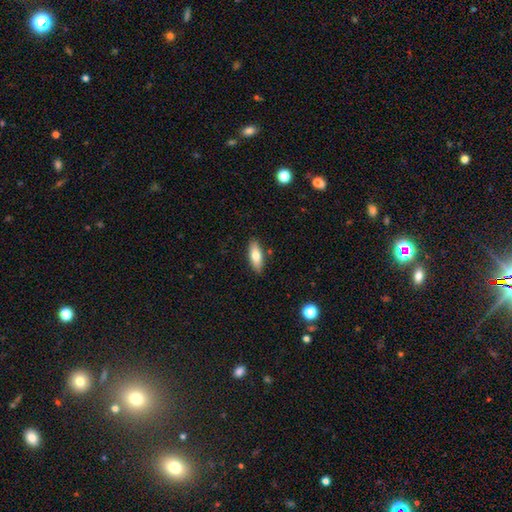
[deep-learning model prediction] Smooth or featured? smooth (76%)
How rounded? in between (71%)
Merging? none (86%)